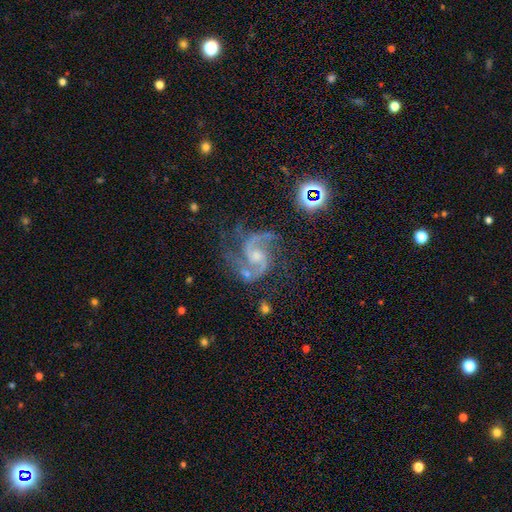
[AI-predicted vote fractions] Smooth or featured?
  - featured or disk: 90% *
  - star or artifact: 7%
  - smooth: 3%
Edge-on disk?
  - no: 98% *
  - yes: 2%
Bar?
  - no: 52% *
  - weak: 39%
  - strong: 9%
Spiral arms?
  - yes: 98% *
  - no: 2%
Spiral winding?
  - medium: 63% *
  - loose: 23%
  - tight: 14%
Spiral arm count?
  - 2: 88% *
  - 3: 5%
  - can't tell: 2%
  - 1: 2%
  - 4: 1%
  - more than 4: 1%
Bulge size?
  - small: 50% *
  - moderate: 38%
  - none: 9%
  - large: 2%
  - dominant: 1%
Merging?
  - none: 64% *
  - minor disturbance: 20%
  - major disturbance: 13%
  - merger: 4%